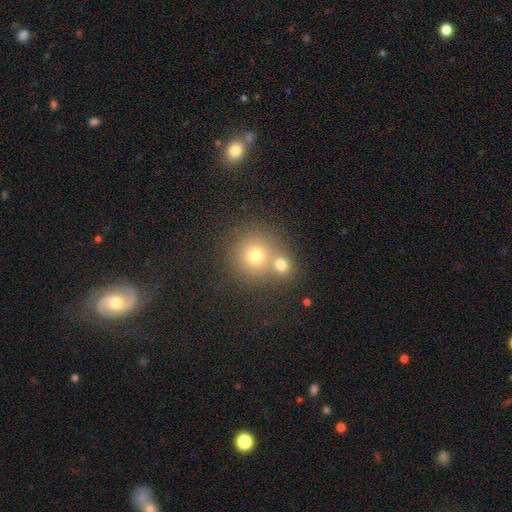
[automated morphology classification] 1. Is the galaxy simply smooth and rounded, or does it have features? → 70% smooth, 17% star or artifact, 13% featured or disk.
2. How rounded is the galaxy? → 90% round, 9% in between, 1% cigar-shaped.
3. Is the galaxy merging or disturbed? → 52% none, 39% merger, 7% minor disturbance, 3% major disturbance.